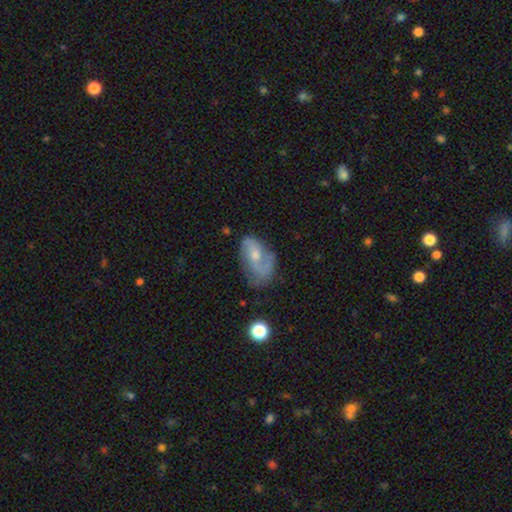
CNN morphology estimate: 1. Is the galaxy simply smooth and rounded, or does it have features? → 58% featured or disk, 34% smooth, 8% star or artifact.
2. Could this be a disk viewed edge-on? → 95% no, 5% yes.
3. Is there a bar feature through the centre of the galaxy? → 63% no, 30% weak, 6% strong.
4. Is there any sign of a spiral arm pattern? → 77% yes, 23% no.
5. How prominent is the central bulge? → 47% small, 44% moderate, 5% none, 3% large, 1% dominant.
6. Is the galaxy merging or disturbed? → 44% none, 31% minor disturbance, 22% major disturbance, 4% merger.